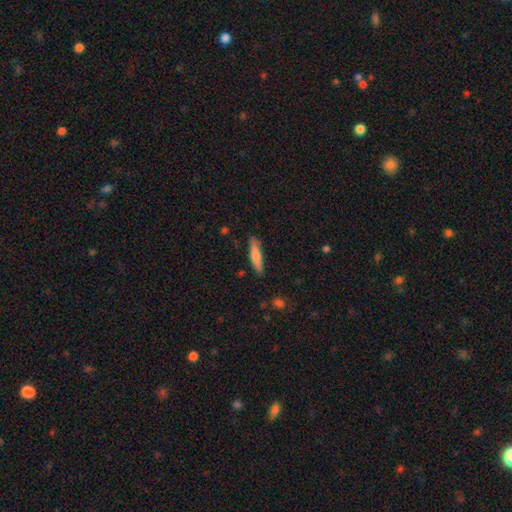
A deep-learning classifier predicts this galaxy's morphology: This appears to be a smooth galaxy with no disk features (68%) that is cigar-shaped (83%). Merging: none (86%).